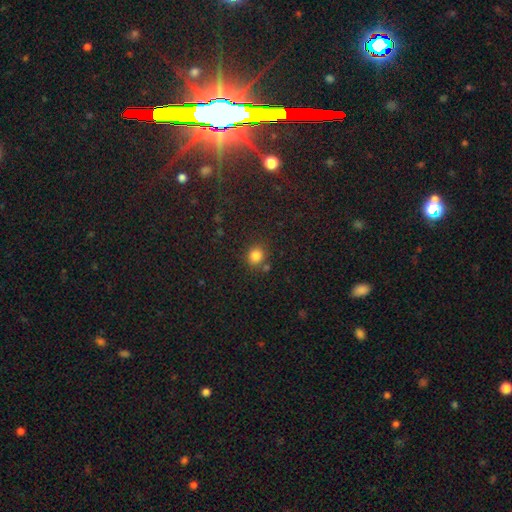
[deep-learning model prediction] Smooth or featured? Predicted: smooth (p=0.83). How rounded? Predicted: round (p=0.85). Merging? Predicted: none (p=0.78).